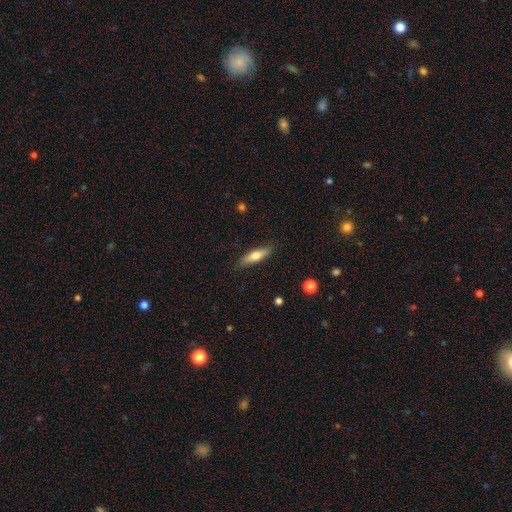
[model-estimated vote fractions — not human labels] A smooth galaxy with no disk features (67%) that is cigar-shaped (62%).

Vote fractions:
- Smooth or featured? smooth: 67% / featured or disk: 27% / star or artifact: 6%
- How rounded? cigar-shaped: 62% / in between: 36% / round: 2%
- Merging? none: 85% / minor disturbance: 11% / major disturbance: 2% / merger: 1%